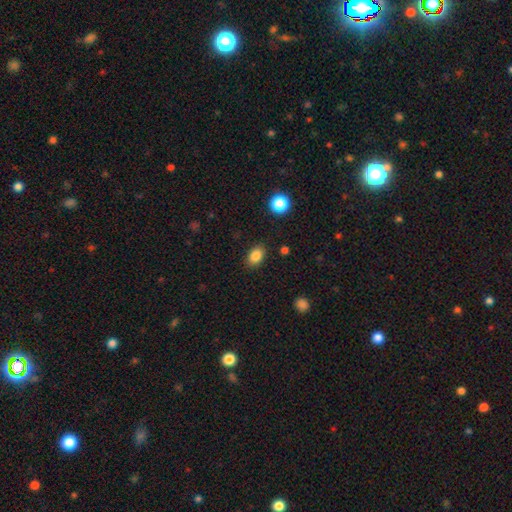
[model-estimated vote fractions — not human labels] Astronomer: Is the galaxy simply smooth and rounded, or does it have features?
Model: smooth — 85%.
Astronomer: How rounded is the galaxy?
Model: in between — 80%.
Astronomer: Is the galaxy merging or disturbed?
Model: none — 86%.